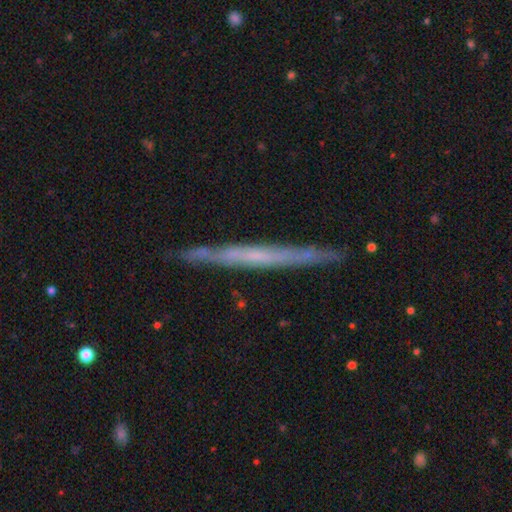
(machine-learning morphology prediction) Smooth or featured: featured or disk — 64% (smooth — 30%)
Edge-on disk: yes — 96% (no — 4%)
Edge-on bulge: none — 85% (rounded — 10%)
Merging: none — 88% (minor disturbance — 9%)